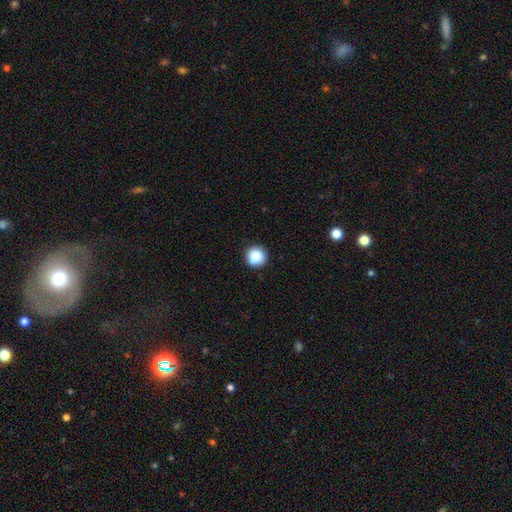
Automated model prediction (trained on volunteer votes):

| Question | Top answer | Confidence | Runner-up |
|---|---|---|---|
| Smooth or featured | smooth | 85% | star or artifact (10%) |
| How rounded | round | 94% | in between (5%) |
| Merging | none | 87% | minor disturbance (10%) |